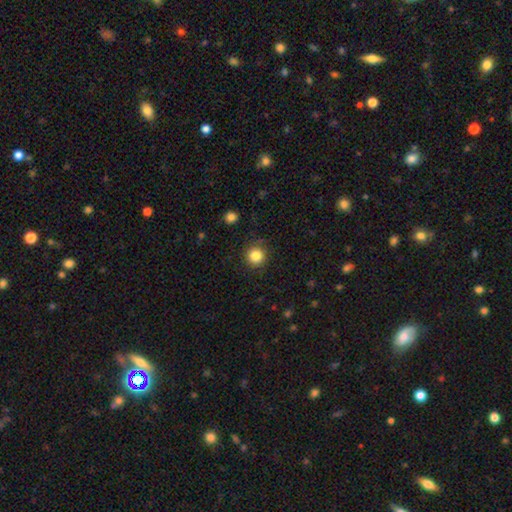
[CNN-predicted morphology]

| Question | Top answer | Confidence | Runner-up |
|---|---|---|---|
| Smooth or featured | smooth | 83% | star or artifact (11%) |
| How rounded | round | 94% | in between (5%) |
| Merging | none | 87% | minor disturbance (9%) |